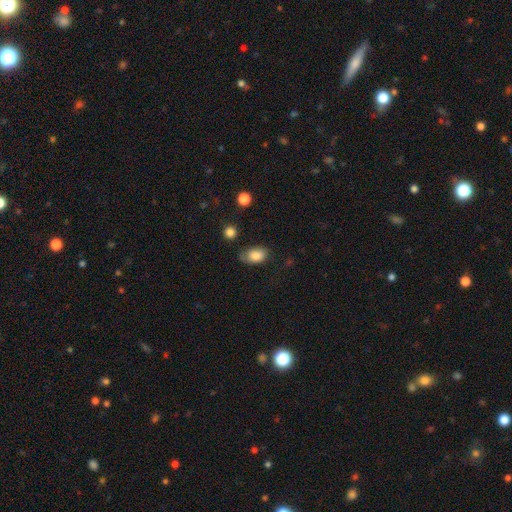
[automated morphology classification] This appears to be a smooth galaxy with no disk features (80%) that is in between round and cigar-shaped (87%). Merging: none (58%).